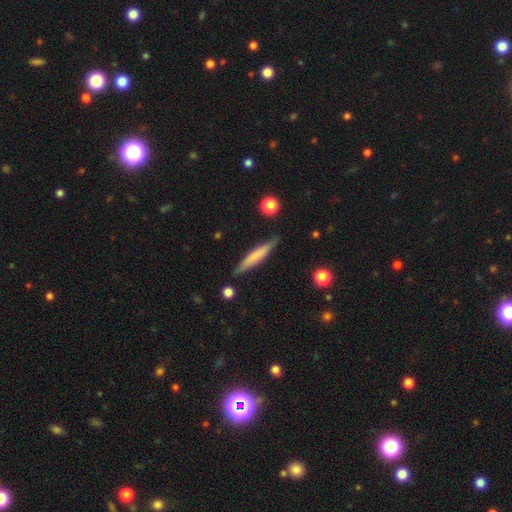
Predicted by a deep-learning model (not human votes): A smooth galaxy with no disk features (58%) that is cigar-shaped (92%). Merging: none (83%).